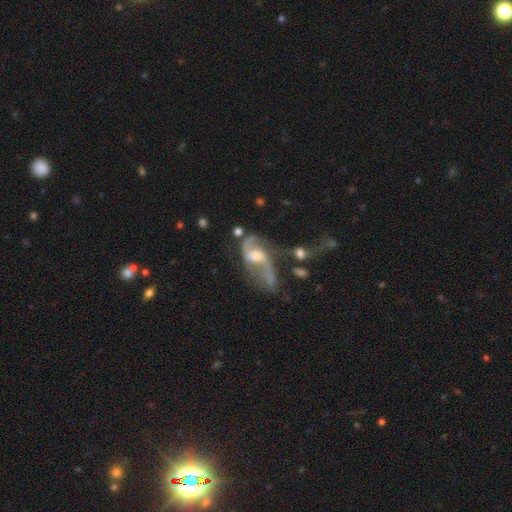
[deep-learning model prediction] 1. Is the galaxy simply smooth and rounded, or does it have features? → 84% featured or disk, 9% smooth, 7% star or artifact.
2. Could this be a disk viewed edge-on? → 96% no, 4% yes.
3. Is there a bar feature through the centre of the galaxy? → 45% no, 44% weak, 11% strong.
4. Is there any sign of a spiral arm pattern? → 92% yes, 8% no.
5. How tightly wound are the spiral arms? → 52% loose, 38% medium, 10% tight.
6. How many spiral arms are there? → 85% 2, 6% can't tell, 5% 1, 2% 3, 1% 4, 1% more than 4.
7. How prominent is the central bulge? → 56% moderate, 24% small, 12% large, 6% none, 2% dominant.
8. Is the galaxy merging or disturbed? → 36% none, 25% major disturbance, 20% merger, 19% minor disturbance.